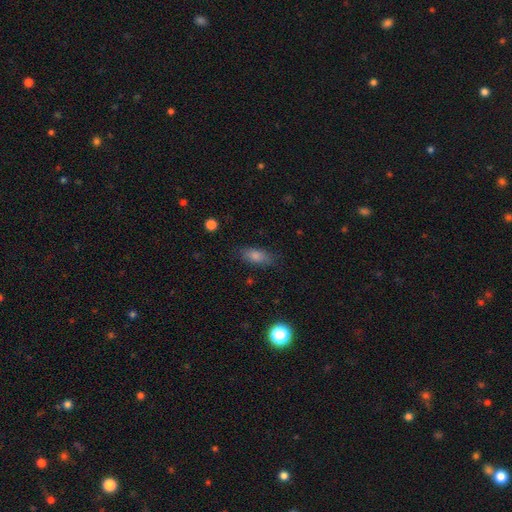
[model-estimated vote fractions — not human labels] smooth_or_featured: smooth (p=0.77) [alt: featured or disk p=0.13]
how_rounded: in between (p=0.76) [alt: cigar-shaped p=0.19]
merging: none (p=0.81) [alt: minor disturbance p=0.14]